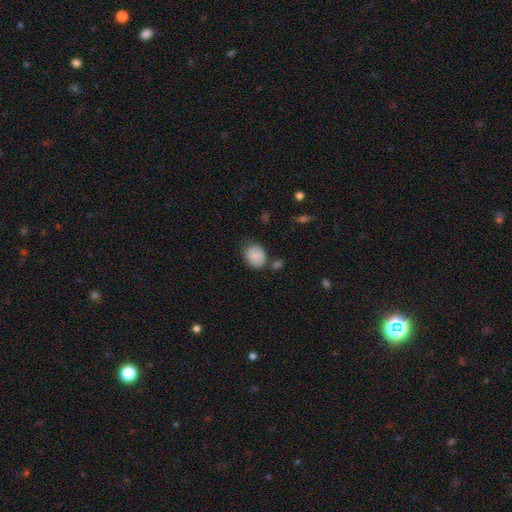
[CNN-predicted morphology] Smooth or featured?
  - smooth: 86% *
  - star or artifact: 8%
  - featured or disk: 6%
How rounded?
  - in between: 57% *
  - round: 42%
  - cigar-shaped: 1%
Merging?
  - none: 64% *
  - minor disturbance: 22%
  - merger: 8%
  - major disturbance: 6%